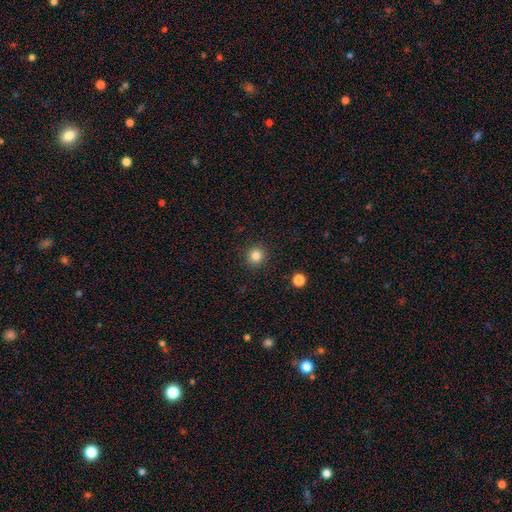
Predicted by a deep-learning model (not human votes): Overall: smooth (83%). How rounded: round (93%). Merging: none (91%).